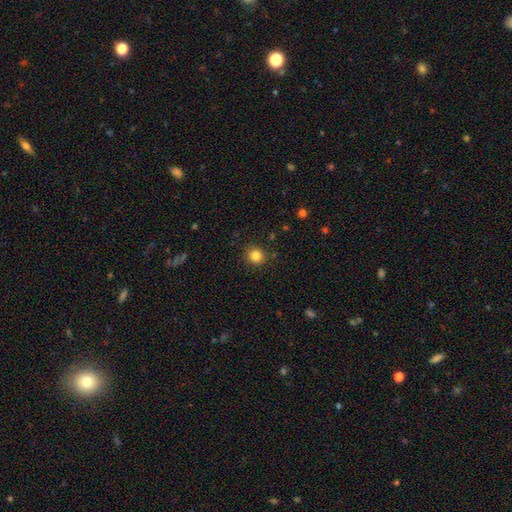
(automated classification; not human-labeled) smooth-or-featured: smooth: 83% | star or artifact: 12% | featured or disk: 5%
  how-rounded: round: 86% | in between: 13% | cigar-shaped: 1%
  merging: none: 89% | minor disturbance: 7% | major disturbance: 2% | merger: 1%